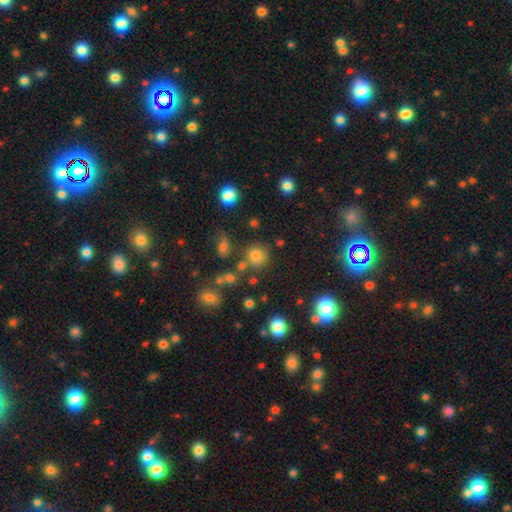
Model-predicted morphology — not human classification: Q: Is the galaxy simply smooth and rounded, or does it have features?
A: smooth — 77%.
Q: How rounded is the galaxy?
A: round — 88%.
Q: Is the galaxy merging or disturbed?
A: none — 73%.